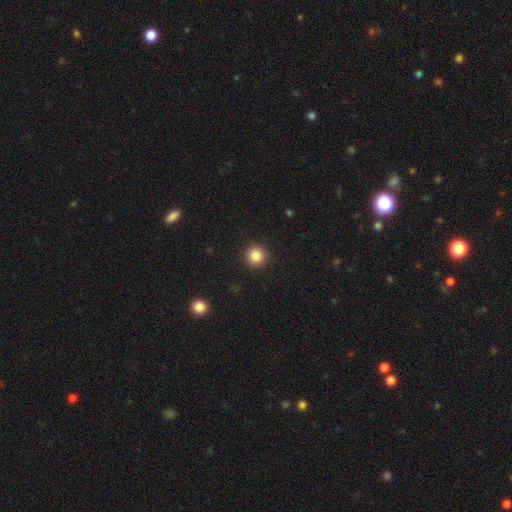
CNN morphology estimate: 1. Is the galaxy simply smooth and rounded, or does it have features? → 86% smooth, 10% star or artifact, 4% featured or disk.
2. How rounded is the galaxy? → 94% round, 5% in between, 1% cigar-shaped.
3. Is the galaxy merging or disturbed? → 92% none, 5% minor disturbance, 2% major disturbance, 1% merger.